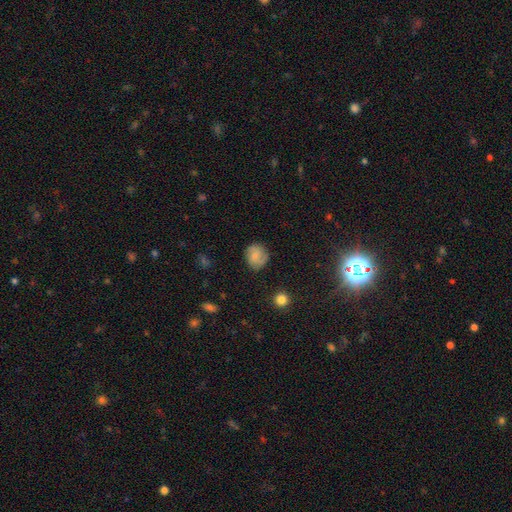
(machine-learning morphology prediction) This appears to be a smooth galaxy with no disk features (54%) that is round (78%). Merging: none (80%).